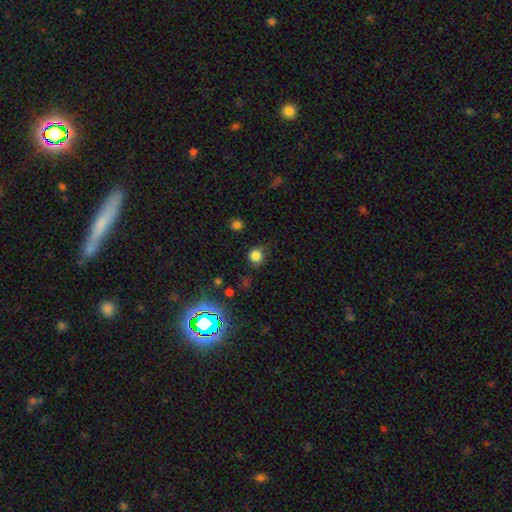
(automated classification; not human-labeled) This appears to be a smooth galaxy with no disk features (78%) that is round (87%). Merging: none (77%).